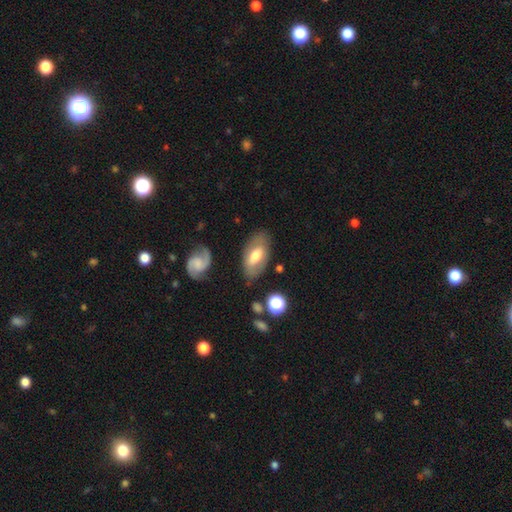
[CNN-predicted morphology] smooth_or_featured: smooth (p=0.51) [alt: featured or disk p=0.43]
how_rounded: in between (p=0.90) [alt: cigar-shaped p=0.05]
merging: none (p=0.75) [alt: minor disturbance p=0.17]